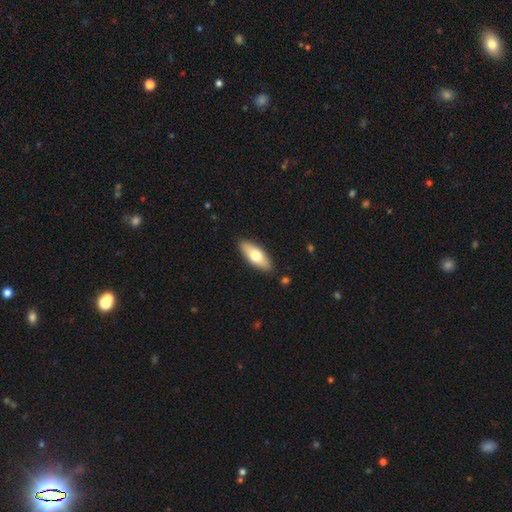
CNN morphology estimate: Smooth or featured?
  - smooth: 65% *
  - featured or disk: 29%
  - star or artifact: 5%
How rounded?
  - in between: 72% *
  - cigar-shaped: 26%
  - round: 2%
Merging?
  - none: 88% *
  - minor disturbance: 8%
  - major disturbance: 2%
  - merger: 2%